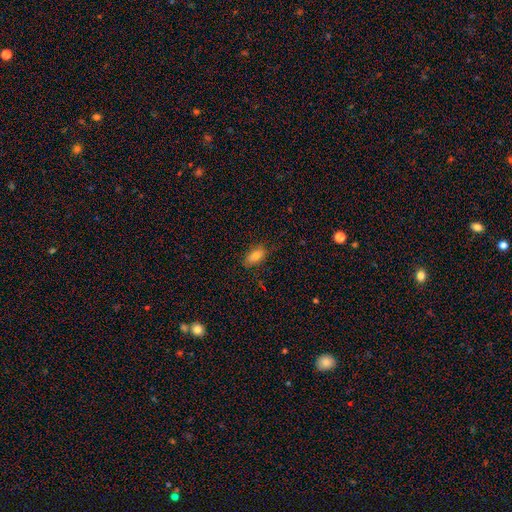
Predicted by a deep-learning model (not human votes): Overall: smooth (80%). How rounded: in between (88%). Merging: none (81%).